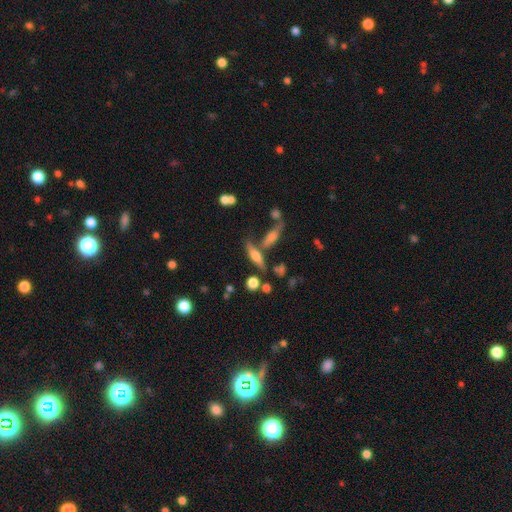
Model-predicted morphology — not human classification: Smooth or featured: smooth — 47% (featured or disk — 43%)
Merging: none — 61% (merger — 20%)